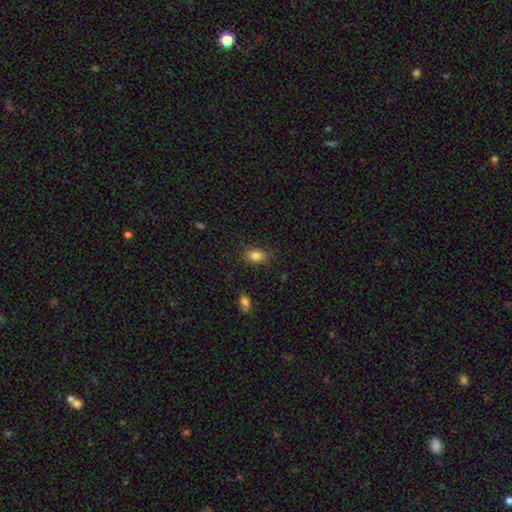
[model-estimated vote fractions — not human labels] Smooth or featured? Predicted: smooth (p=0.84). How rounded? Predicted: in between (p=0.79). Merging? Predicted: none (p=0.80).